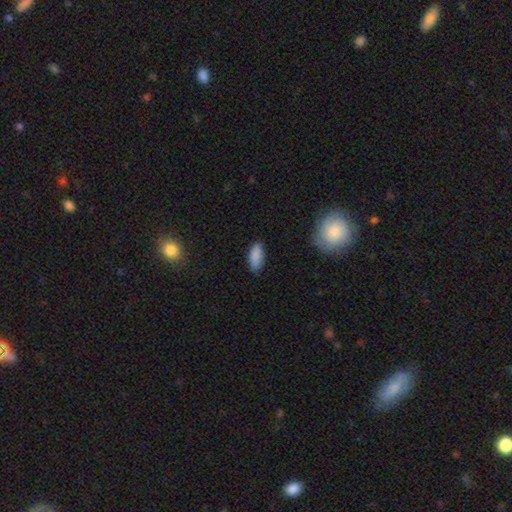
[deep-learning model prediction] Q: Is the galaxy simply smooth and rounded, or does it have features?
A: smooth — 87%.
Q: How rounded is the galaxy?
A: in between — 87%.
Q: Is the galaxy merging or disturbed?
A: none — 82%.